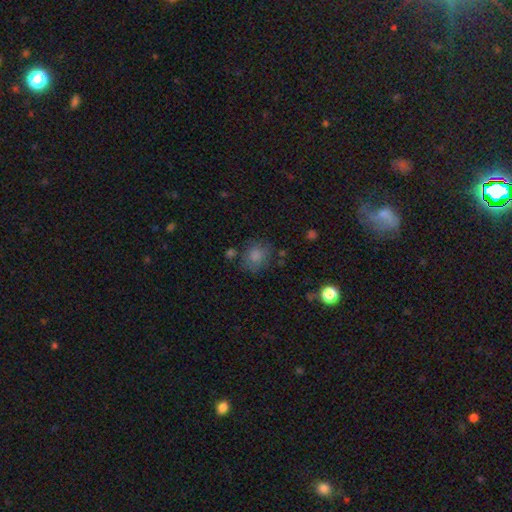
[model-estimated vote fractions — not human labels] The model was most divided on "how rounded": round: 70%, in between: 29%, cigar-shaped: 1%. More confident: smooth or featured — smooth (81%); merging — none (69%).